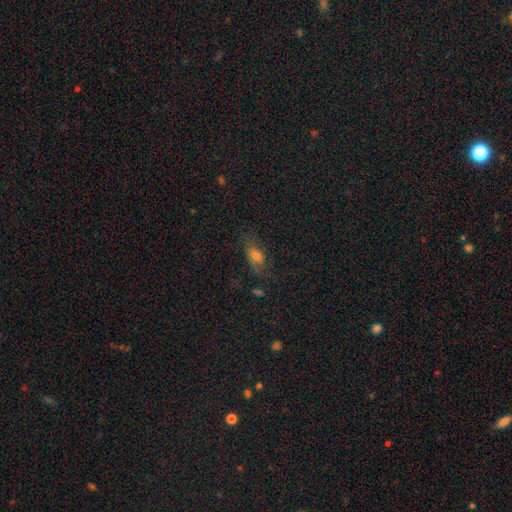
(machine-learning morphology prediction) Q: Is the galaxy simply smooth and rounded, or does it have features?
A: smooth — 54%.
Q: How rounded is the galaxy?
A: in between — 74%.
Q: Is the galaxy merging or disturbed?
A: none — 64%.